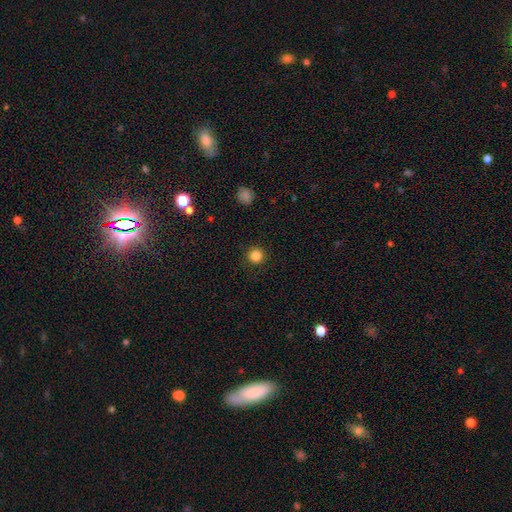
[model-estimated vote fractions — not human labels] A smooth galaxy with no disk features (85%) that is round (96%). Merging: none (92%).